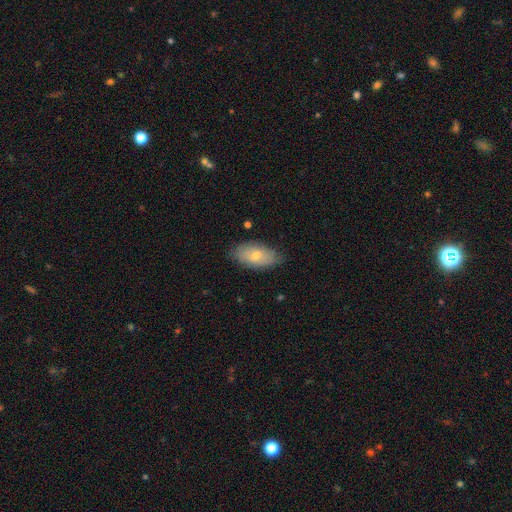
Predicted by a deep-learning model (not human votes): Q: Smooth or featured?
A: smooth (69%); runner-up: featured or disk (25%)
Q: How rounded?
A: in between (92%); runner-up: cigar-shaped (4%)
Q: Merging?
A: none (79%); runner-up: minor disturbance (17%)